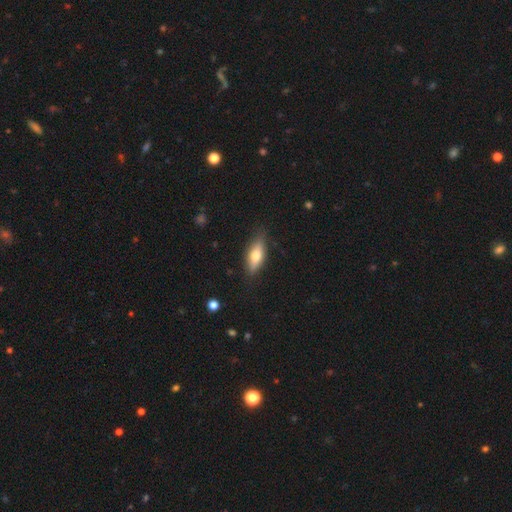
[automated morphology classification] Smooth or featured: smooth — 64% (featured or disk — 29%)
How rounded: in between — 69% (cigar-shaped — 27%)
Merging: none — 82% (minor disturbance — 14%)